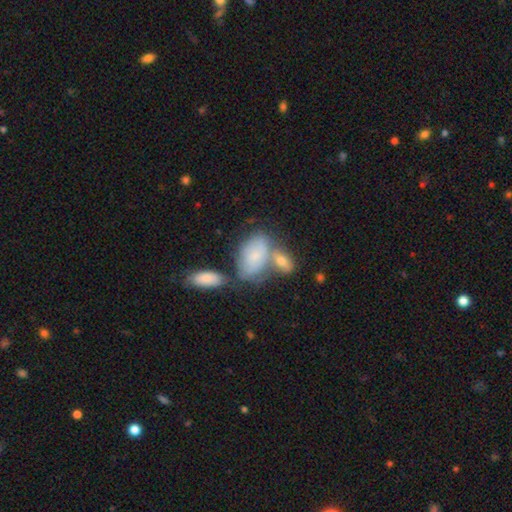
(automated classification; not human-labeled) Morphology: type=smooth (67%); roundness=in between (90%); merging=merger (40%).